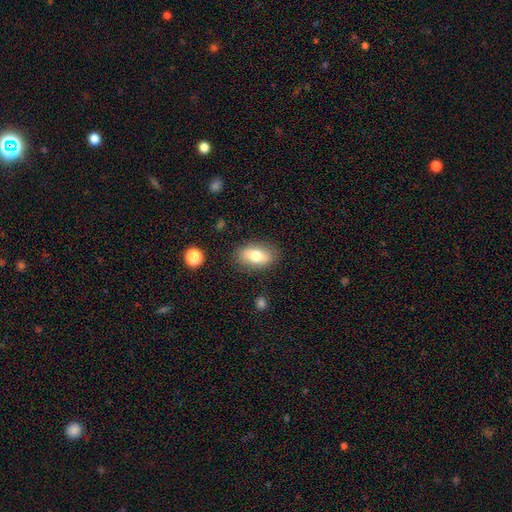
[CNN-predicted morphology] This appears to be a smooth galaxy with no disk features (73%) that is in between round and cigar-shaped (88%). Merging: none (84%).